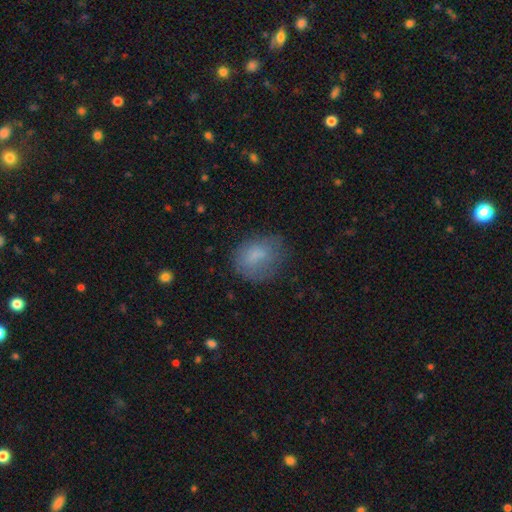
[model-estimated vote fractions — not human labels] A smooth galaxy with no disk features (73%) that is in between round and cigar-shaped (54%). Merging: none (54%).